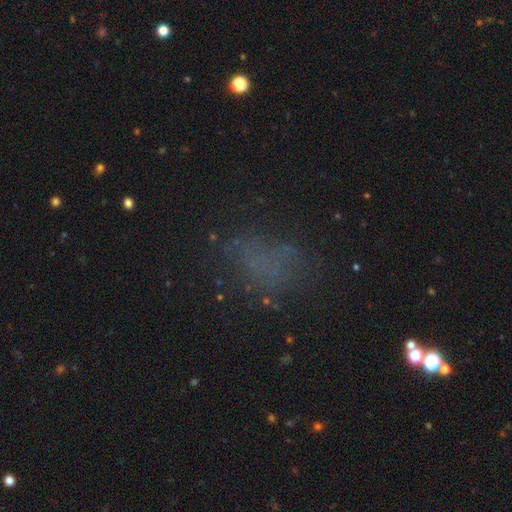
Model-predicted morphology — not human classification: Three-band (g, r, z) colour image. It shows a smooth galaxy with no disk features (43%). Merging: none (58%).